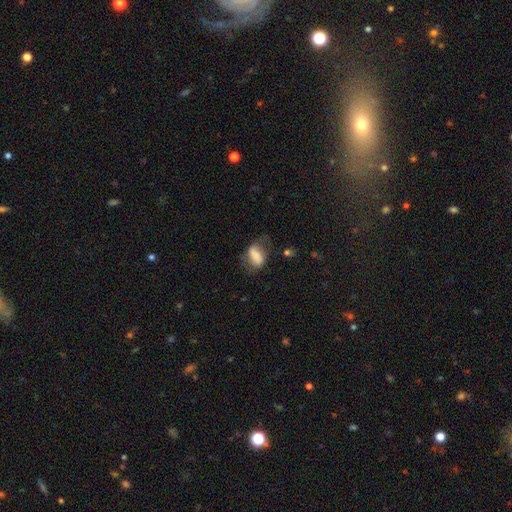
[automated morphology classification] Smooth or featured: smooth — 62% (featured or disk — 29%)
How rounded: in between — 82% (round — 12%)
Merging: none — 49% (minor disturbance — 27%)